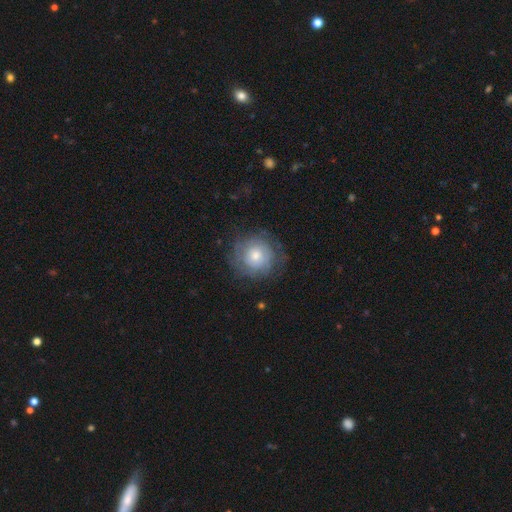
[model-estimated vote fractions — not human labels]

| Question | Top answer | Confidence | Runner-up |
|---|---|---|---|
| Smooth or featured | featured or disk | 47% | smooth (44%) |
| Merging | none | 75% | minor disturbance (16%) |